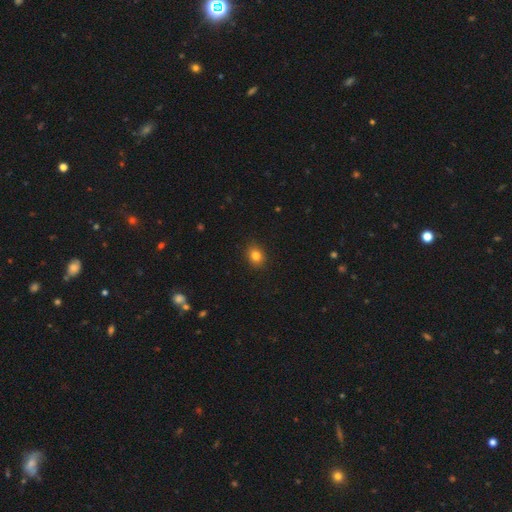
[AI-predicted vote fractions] Smooth or featured?
  - smooth: 82% *
  - star or artifact: 12%
  - featured or disk: 6%
How rounded?
  - round: 57% *
  - in between: 41%
  - cigar-shaped: 1%
Merging?
  - none: 89% *
  - minor disturbance: 8%
  - major disturbance: 2%
  - merger: 1%